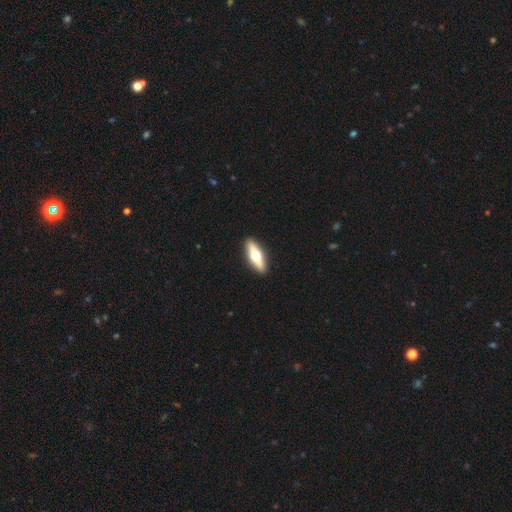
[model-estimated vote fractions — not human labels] Overall: featured or disk (52%; smooth 43%). Edge-on disk: yes (89%). Merging: none (91%).